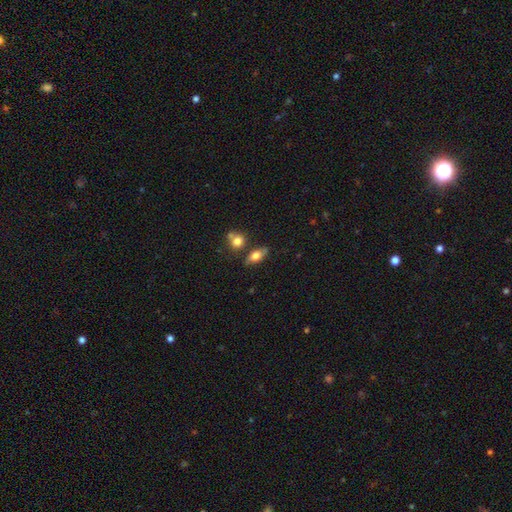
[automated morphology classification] smooth-or-featured: smooth: 63% | featured or disk: 29% | star or artifact: 8%
  how-rounded: in between: 73% | cigar-shaped: 17% | round: 10%
  merging: none: 68% | minor disturbance: 16% | merger: 11% | major disturbance: 5%